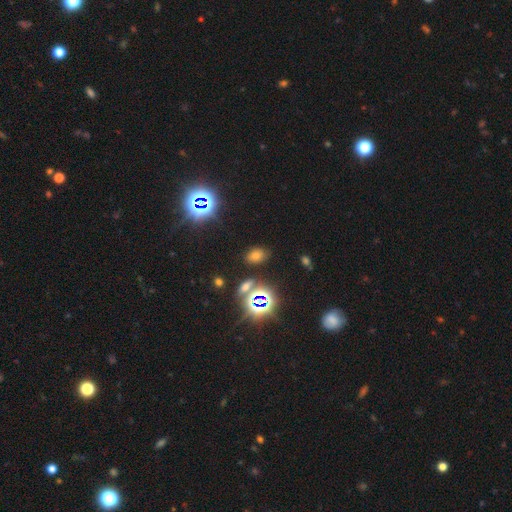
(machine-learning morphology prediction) A smooth galaxy with no disk features (47%). Merging: none (82%).